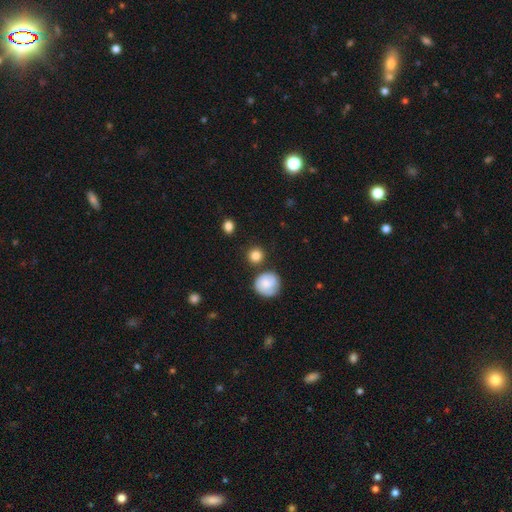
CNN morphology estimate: This is clearly a smooth galaxy (82%). How rounded: clearly round (91%). Merging: likely none (79%).